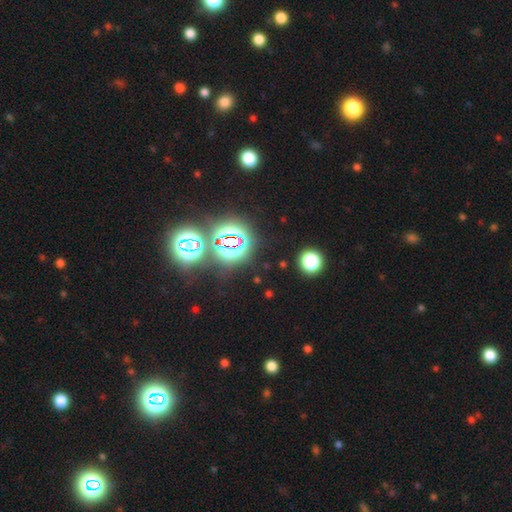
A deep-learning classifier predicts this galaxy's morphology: The model was most divided on "smooth or featured": star or artifact: 78%, smooth: 15%, featured or disk: 7%.